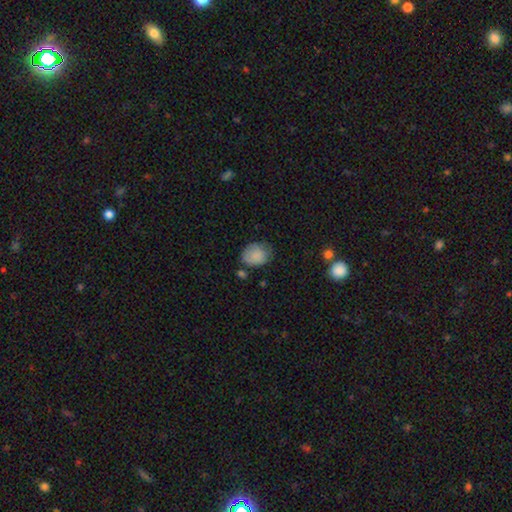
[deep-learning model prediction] Q: Smooth or featured?
A: smooth (84%); runner-up: featured or disk (8%)
Q: How rounded?
A: in between (58%); runner-up: round (41%)
Q: Merging?
A: none (60%); runner-up: minor disturbance (28%)